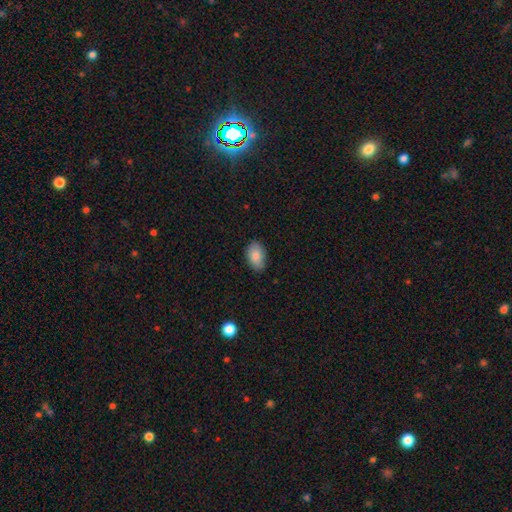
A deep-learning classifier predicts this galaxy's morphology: This appears to be a smooth galaxy with no disk features (85%) that is in between round and cigar-shaped (91%). Merging: none (84%).